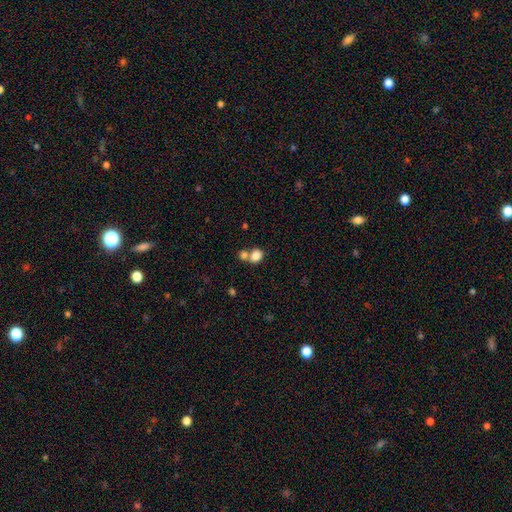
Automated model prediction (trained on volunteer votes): This appears to be a smooth galaxy with no disk features (83%) that is round (55%). Merging: merger (48%).